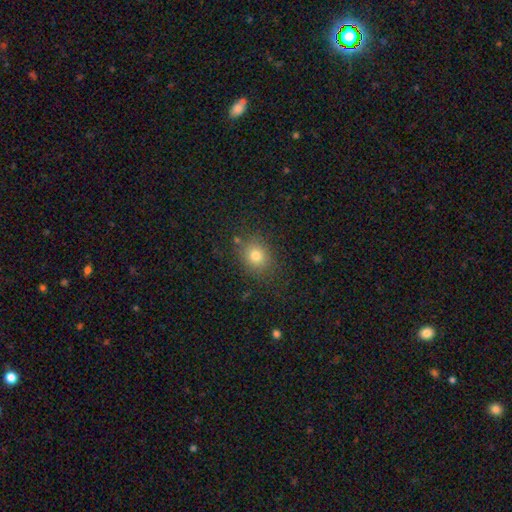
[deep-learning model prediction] This appears to be a smooth galaxy with no disk features (78%) that is round (66%). Merging: none (82%).